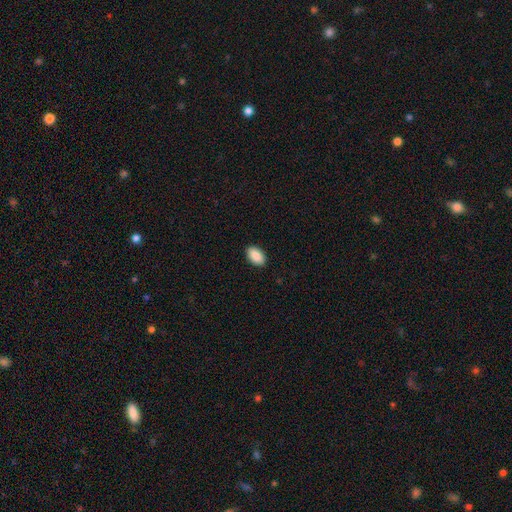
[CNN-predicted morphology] A smooth galaxy with no disk features (90%) that is in between round and cigar-shaped (94%).

Vote fractions:
- Smooth or featured? smooth: 90% / star or artifact: 7% / featured or disk: 4%
- How rounded? in between: 94% / round: 5% / cigar-shaped: 2%
- Merging? none: 90% / minor disturbance: 7% / major disturbance: 2% / merger: 1%